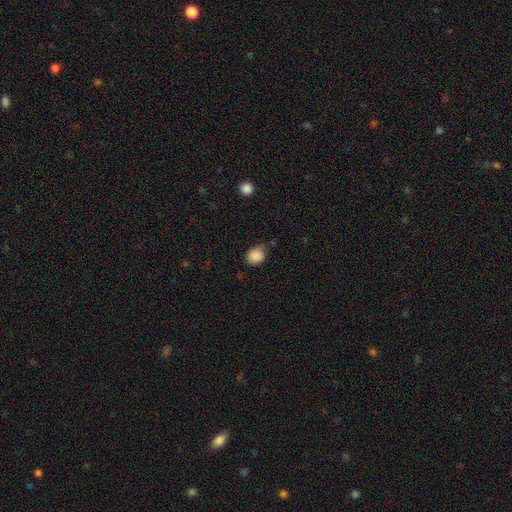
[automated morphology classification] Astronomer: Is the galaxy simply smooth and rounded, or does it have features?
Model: smooth — 87%.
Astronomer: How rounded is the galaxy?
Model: round — 64%.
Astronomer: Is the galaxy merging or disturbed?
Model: none — 57% (runner-up: minor disturbance, 33%).